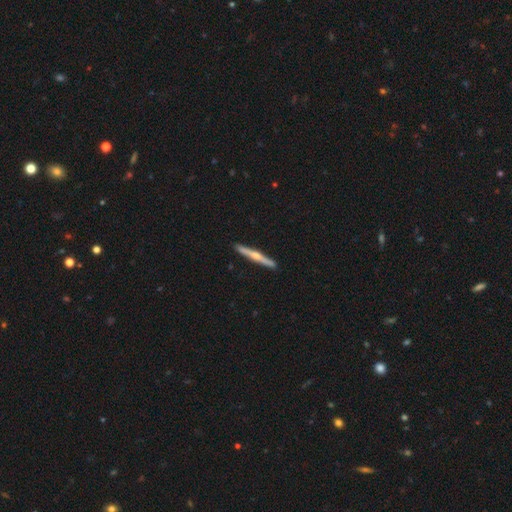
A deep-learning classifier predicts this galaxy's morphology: Smooth or featured? featured or disk (66%)
Edge-on disk? yes (98%)
Edge-on bulge? rounded (86%)
Merging? none (92%)